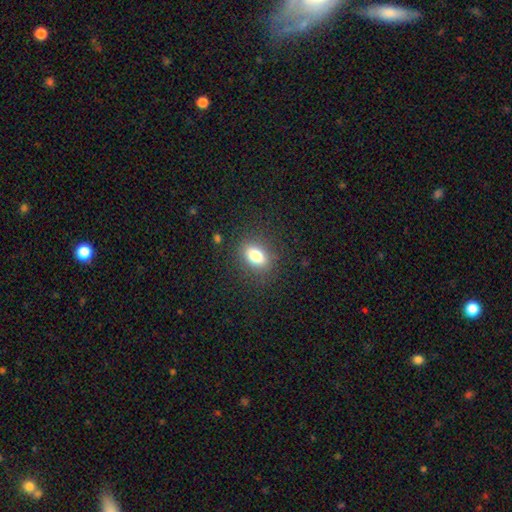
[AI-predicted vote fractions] smooth_or_featured: smooth (p=0.79) [alt: star or artifact p=0.11]
how_rounded: in between (p=0.76) [alt: round p=0.21]
merging: none (p=0.85) [alt: minor disturbance p=0.10]